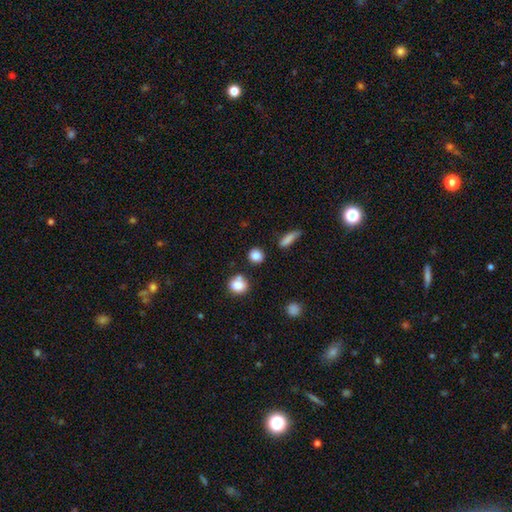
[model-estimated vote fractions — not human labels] Morphology: type=smooth (84%); roundness=round (82%); merging=none (80%).